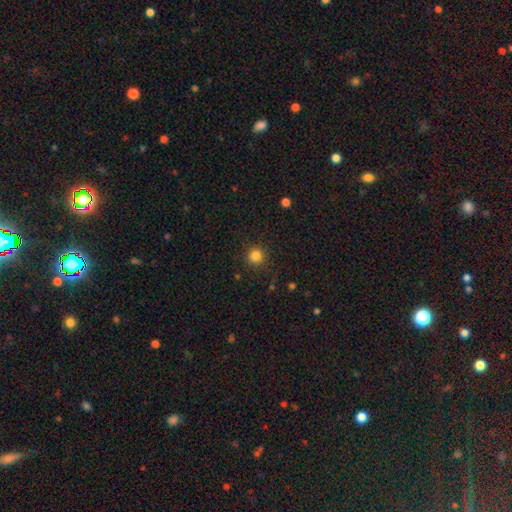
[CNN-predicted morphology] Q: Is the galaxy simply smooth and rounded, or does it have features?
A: smooth — 83%.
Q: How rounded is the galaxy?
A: round — 94%.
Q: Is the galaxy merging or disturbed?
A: none — 89%.